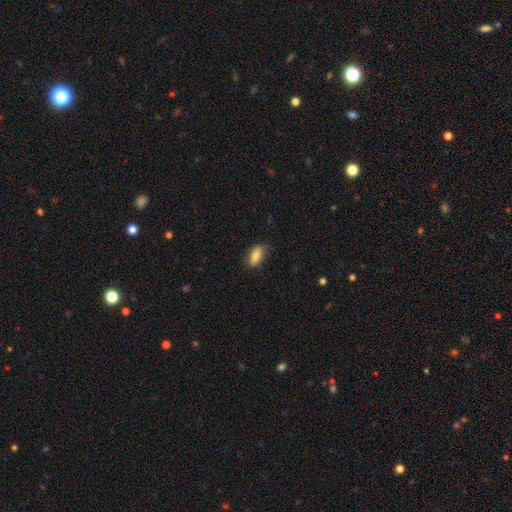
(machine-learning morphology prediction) smooth_or_featured: smooth (p=0.76) [alt: featured or disk p=0.16]
how_rounded: in between (p=0.83) [alt: cigar-shaped p=0.12]
merging: none (p=0.76) [alt: minor disturbance p=0.19]